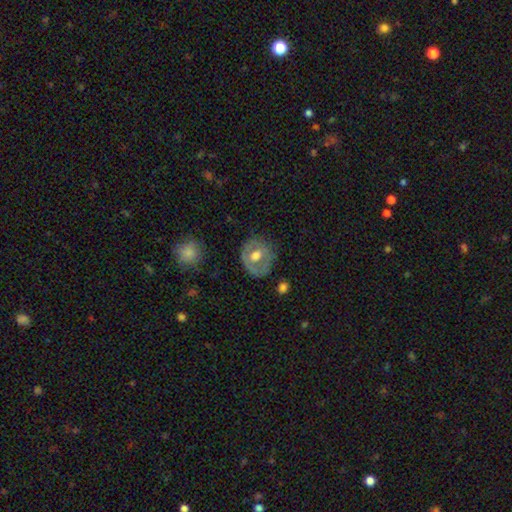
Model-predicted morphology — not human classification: Overall: featured or disk (48%; smooth 45%). Merging: none (71%).